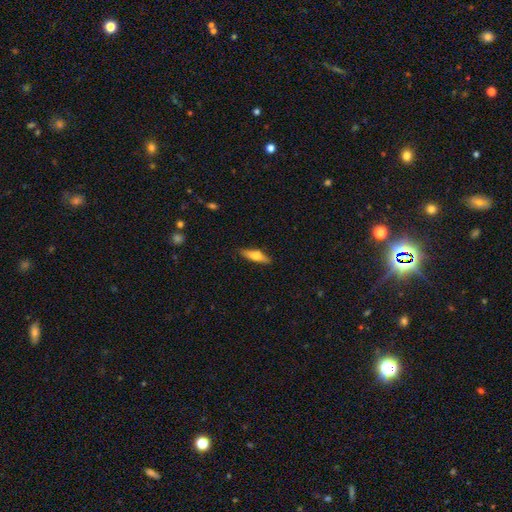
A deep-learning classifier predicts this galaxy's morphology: This is likely a smooth galaxy (63%). How rounded: likely cigar-shaped (68%). Merging: clearly none (84%).